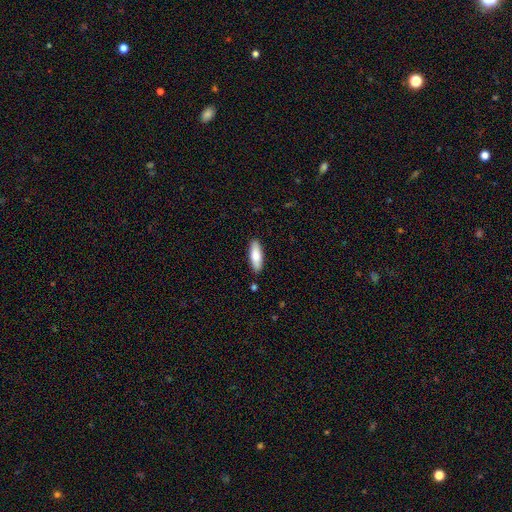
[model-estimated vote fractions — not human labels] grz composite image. It shows a smooth galaxy with no disk features (79%) that is in between round and cigar-shaped (58%). Merging: none (88%).